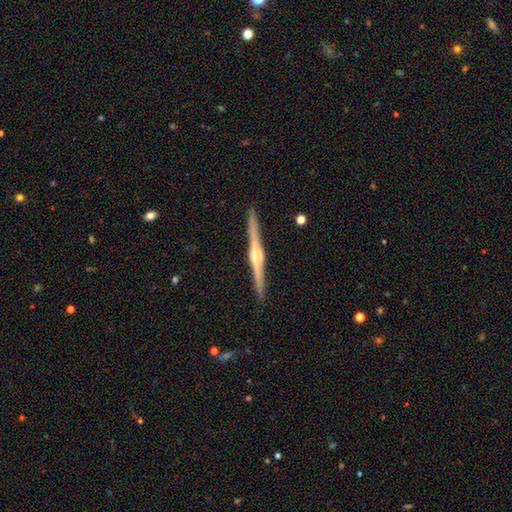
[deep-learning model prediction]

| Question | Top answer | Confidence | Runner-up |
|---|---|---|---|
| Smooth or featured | featured or disk | 84% | smooth (11%) |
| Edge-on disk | yes | 99% | no (1%) |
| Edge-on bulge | rounded | 78% | boxy (14%) |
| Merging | none | 92% | minor disturbance (6%) |